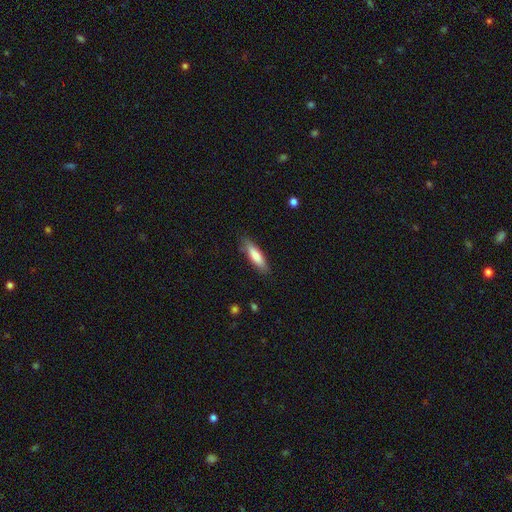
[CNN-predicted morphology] smooth 78%, featured or disk 16%, star or artifact 5%. Down the decision tree: how rounded — cigar-shaped (65%); merging — none (84%).